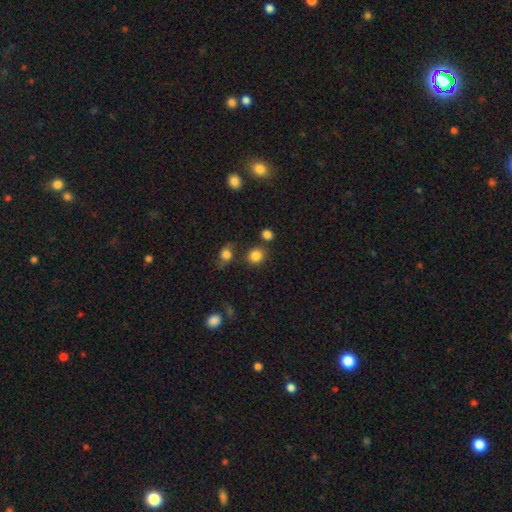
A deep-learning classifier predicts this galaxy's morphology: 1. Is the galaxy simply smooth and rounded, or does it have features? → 84% smooth, 12% star or artifact, 5% featured or disk.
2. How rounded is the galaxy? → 82% round, 17% in between, 1% cigar-shaped.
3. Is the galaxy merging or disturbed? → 77% none, 10% minor disturbance, 10% merger, 4% major disturbance.